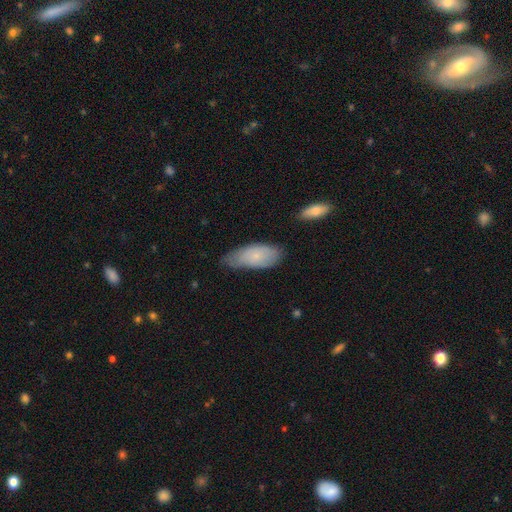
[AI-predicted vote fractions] Smooth or featured? Predicted: smooth (p=0.70). How rounded? Predicted: in between (p=0.88). Merging? Predicted: none (p=0.55).